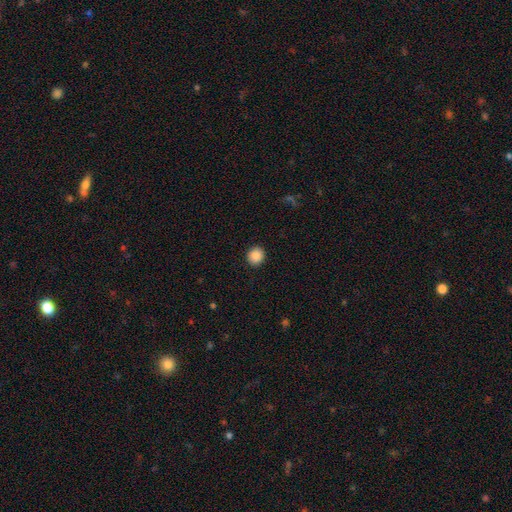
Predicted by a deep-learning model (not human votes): Smooth or featured? Predicted: smooth (p=0.89). How rounded? Predicted: round (p=0.86). Merging? Predicted: none (p=0.92).